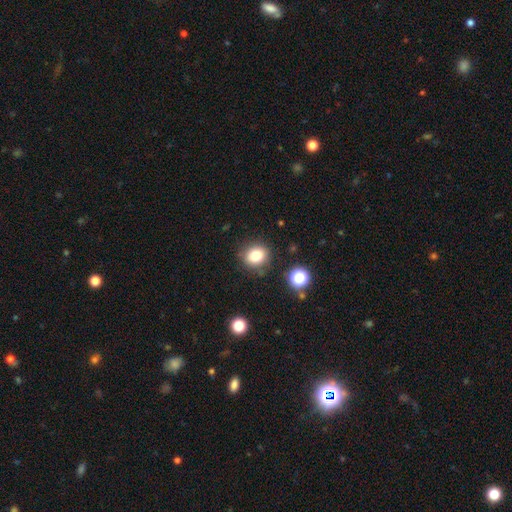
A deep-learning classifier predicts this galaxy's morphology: A smooth galaxy with no disk features (80%) that is round (70%). Merging: none (83%).